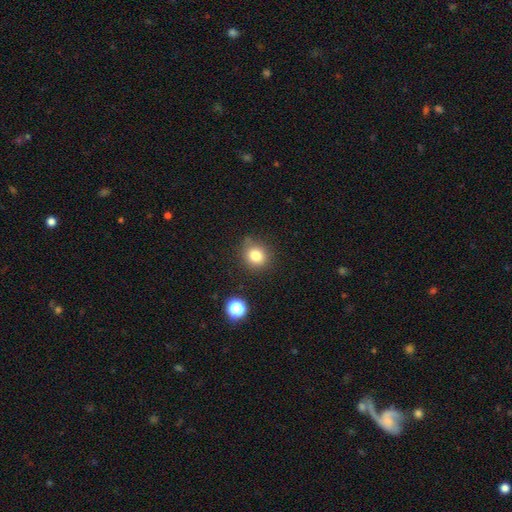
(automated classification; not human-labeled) Overall: smooth (80%). How rounded: round (78%). Merging: none (76%).